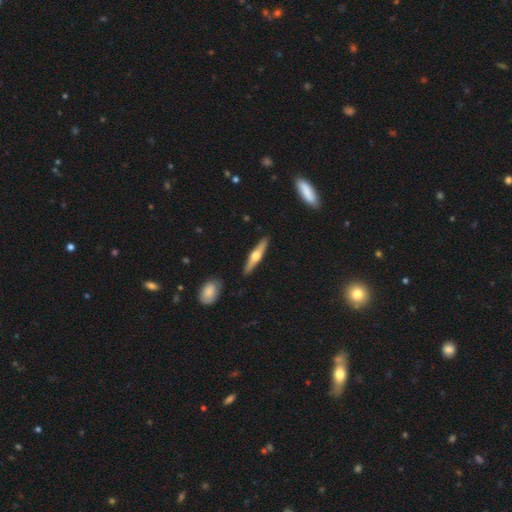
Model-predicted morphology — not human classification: featured or disk 63%, smooth 32%, star or artifact 5%. Down the decision tree: edge-on disk — yes (96%); edge-on bulge — rounded (95%); merging — none (90%).